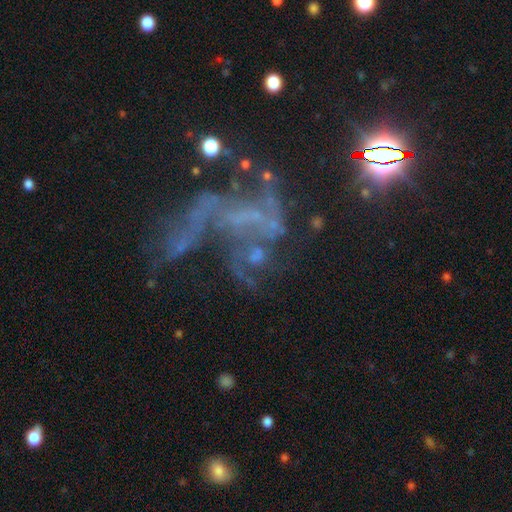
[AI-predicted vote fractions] smooth-or-featured: featured or disk: 64% | star or artifact: 21% | smooth: 16%
  disk-edge-on: no: 96% | yes: 4%
    bar: no: 59% | weak: 25% | strong: 16%
    has-spiral-arms: yes: 59% | no: 41%
    bulge-size: none: 55% | small: 24% | moderate: 15% | large: 4% | dominant: 2%
  merging: major disturbance: 34% | none: 29% | merger: 23% | minor disturbance: 13%